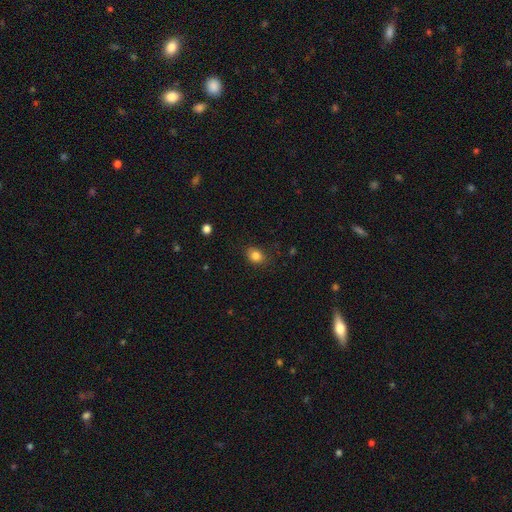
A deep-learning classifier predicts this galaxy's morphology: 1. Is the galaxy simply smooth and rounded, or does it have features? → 83% smooth, 10% star or artifact, 6% featured or disk.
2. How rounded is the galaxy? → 57% in between, 42% round, 1% cigar-shaped.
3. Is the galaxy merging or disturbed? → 82% none, 14% minor disturbance, 3% major disturbance, 1% merger.